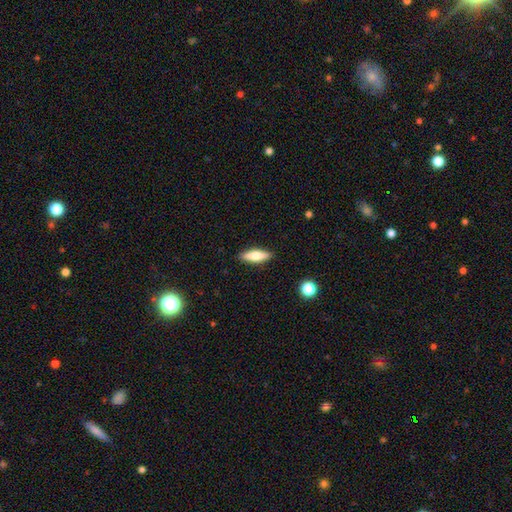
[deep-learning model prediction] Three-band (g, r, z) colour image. It shows a smooth galaxy with no disk features (62%) that is cigar-shaped (54%). Merging: none (88%).